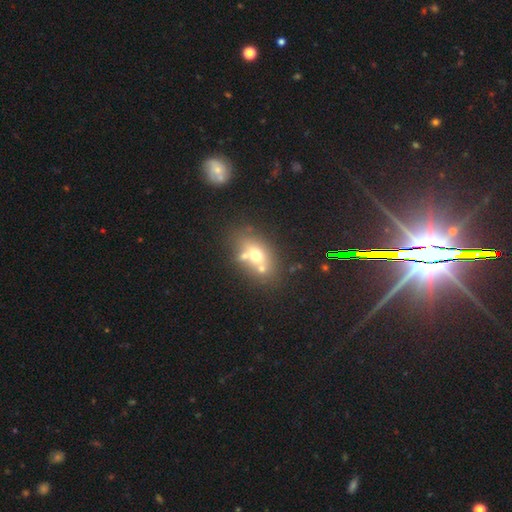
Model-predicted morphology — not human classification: Smooth or featured: smooth — 58% (featured or disk — 28%)
How rounded: in between — 70% (round — 27%)
Merging: none — 48% (merger — 35%)